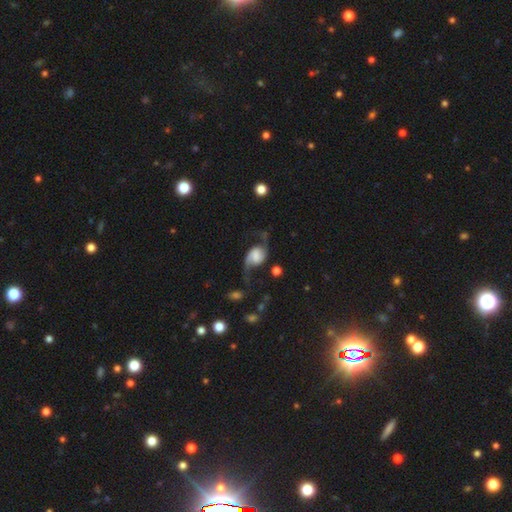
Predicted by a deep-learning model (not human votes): smooth-or-featured: featured or disk: 82% | smooth: 12% | star or artifact: 6%
  disk-edge-on: no: 97% | yes: 3%
    bar: weak: 43% | no: 42% | strong: 15%
    has-spiral-arms: yes: 96% | no: 4%
      spiral-winding: loose: 77% | medium: 19% | tight: 4%
      spiral-arm-count: 2: 92% | 1: 4% | can't tell: 2% | 3: 1% | 4: 1% | more than 4: 1%
    bulge-size: none: 30% | small: 21% | large: 21% | moderate: 20% | dominant: 8%
  merging: none: 62% | minor disturbance: 18% | major disturbance: 16% | merger: 4%